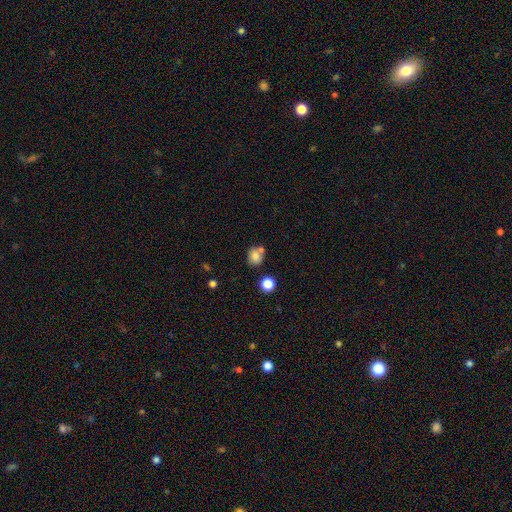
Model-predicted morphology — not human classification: Overall: smooth (79%). How rounded: round (67%; in between 32%). Merging: none (57%; merger 25%).